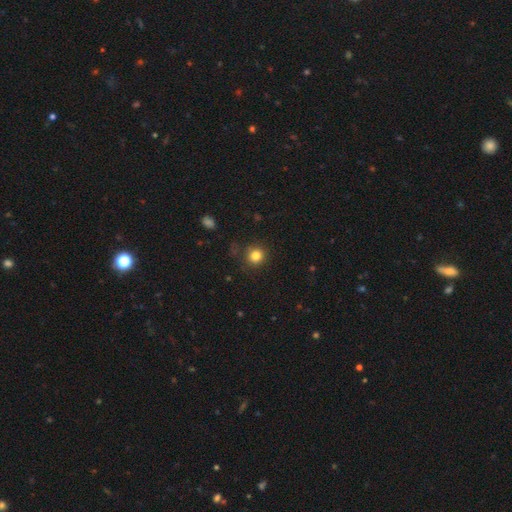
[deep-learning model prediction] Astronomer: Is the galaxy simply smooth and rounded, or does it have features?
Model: smooth — 82%.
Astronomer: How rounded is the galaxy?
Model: round — 91%.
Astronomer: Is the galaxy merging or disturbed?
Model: none — 85%.